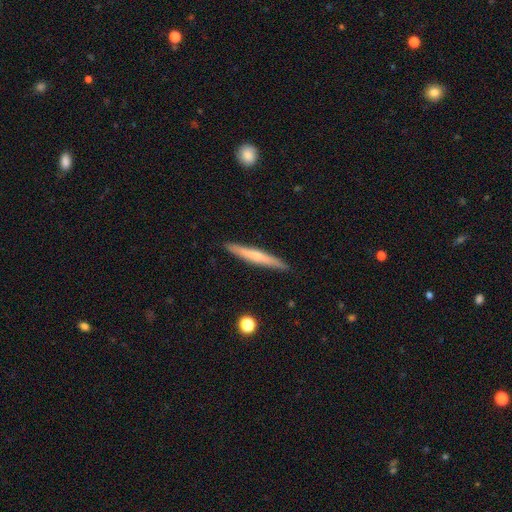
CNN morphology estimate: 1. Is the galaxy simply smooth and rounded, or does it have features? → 55% smooth, 39% featured or disk, 6% star or artifact.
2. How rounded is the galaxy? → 95% cigar-shaped, 3% in between, 1% round.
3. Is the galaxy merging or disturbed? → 90% none, 7% minor disturbance, 1% major disturbance, 1% merger.